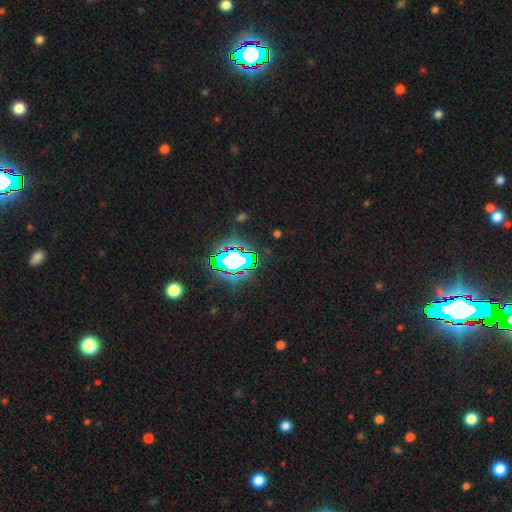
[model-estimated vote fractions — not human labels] The model was most divided on "smooth or featured": star or artifact: 82%, smooth: 10%, featured or disk: 7%.